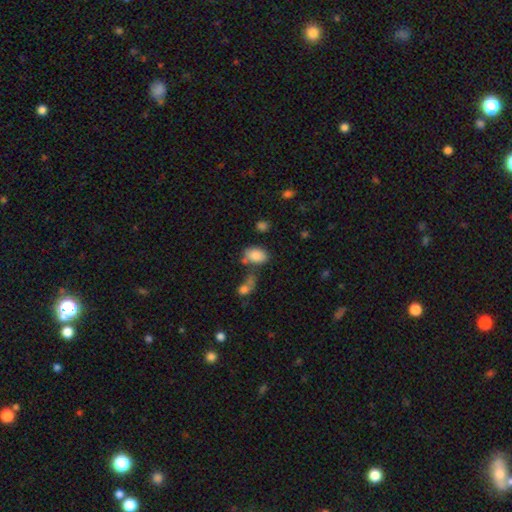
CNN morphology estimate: A smooth galaxy with no disk features (84%) that is in between round and cigar-shaped (83%).

Vote fractions:
- Smooth or featured? smooth: 84% / star or artifact: 9% / featured or disk: 7%
- How rounded? in between: 83% / round: 16% / cigar-shaped: 1%
- Merging? none: 58% / merger: 17% / minor disturbance: 17% / major disturbance: 7%